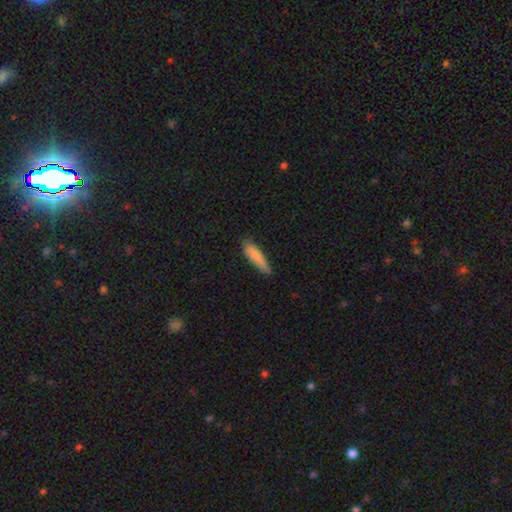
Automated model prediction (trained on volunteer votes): A smooth galaxy with no disk features (84%) that is cigar-shaped (77%). Merging: none (73%).